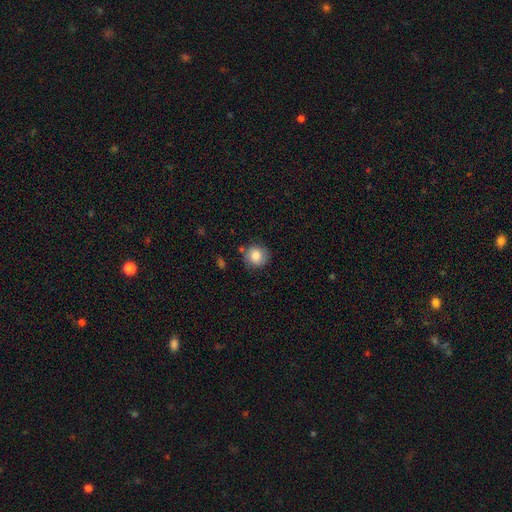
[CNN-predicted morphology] Overall: smooth (83%). How rounded: round (86%). Merging: none (76%).